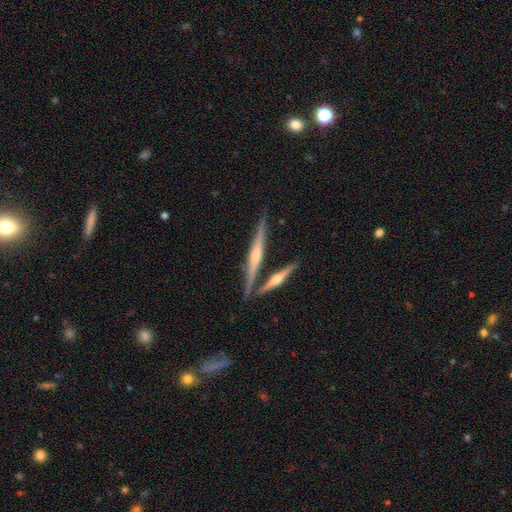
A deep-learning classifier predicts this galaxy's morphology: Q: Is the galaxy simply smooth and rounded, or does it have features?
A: featured or disk — 77%.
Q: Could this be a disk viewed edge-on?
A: yes — 97%.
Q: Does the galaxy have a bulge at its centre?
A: rounded — 84%.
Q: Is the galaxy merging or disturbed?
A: none — 76%.